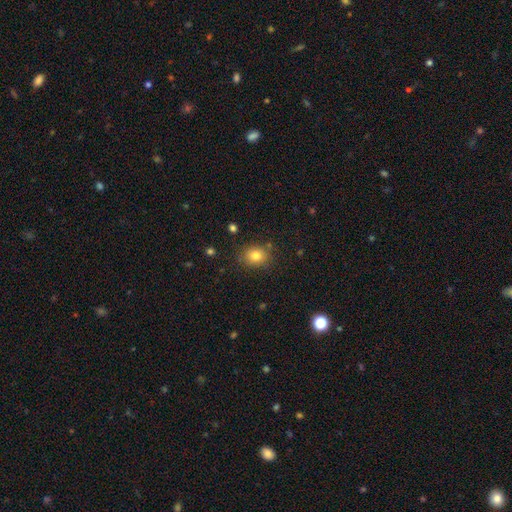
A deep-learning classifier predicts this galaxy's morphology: A smooth galaxy with no disk features (81%) that is round (64%).

Vote fractions:
- Smooth or featured? smooth: 81% / star or artifact: 12% / featured or disk: 7%
- How rounded? round: 64% / in between: 36% / cigar-shaped: 1%
- Merging? none: 83% / minor disturbance: 11% / major disturbance: 3% / merger: 3%